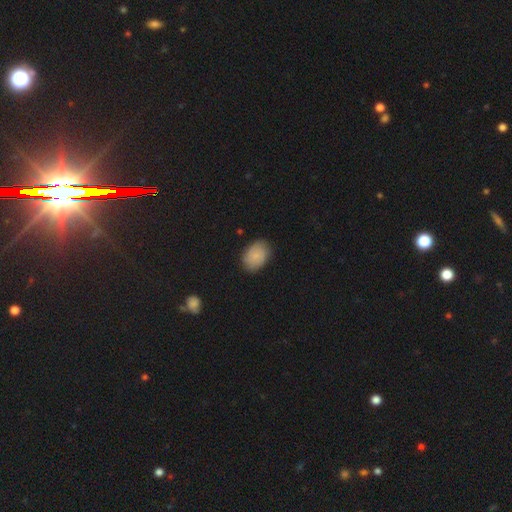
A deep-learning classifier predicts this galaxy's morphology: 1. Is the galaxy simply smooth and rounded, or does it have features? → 79% smooth, 14% featured or disk, 7% star or artifact.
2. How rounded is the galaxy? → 78% in between, 21% round, 1% cigar-shaped.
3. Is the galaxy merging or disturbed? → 81% none, 15% minor disturbance, 3% major disturbance, 1% merger.